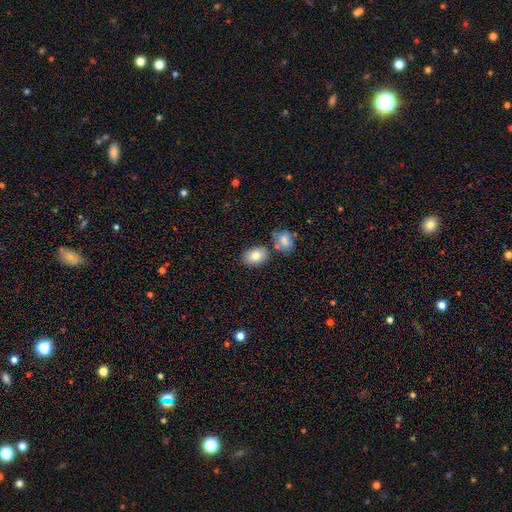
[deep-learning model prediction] smooth 82%, featured or disk 10%, star or artifact 8%. Down the decision tree: how rounded — in between (79%); merging — none (72%).